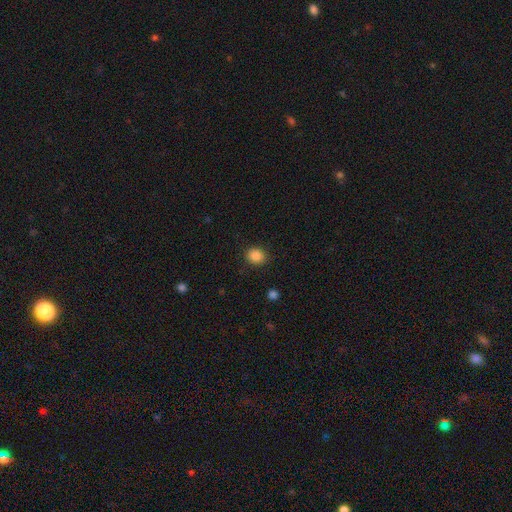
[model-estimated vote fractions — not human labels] This appears to be a smooth galaxy with no disk features (87%) that is round (63%). Merging: none (88%).